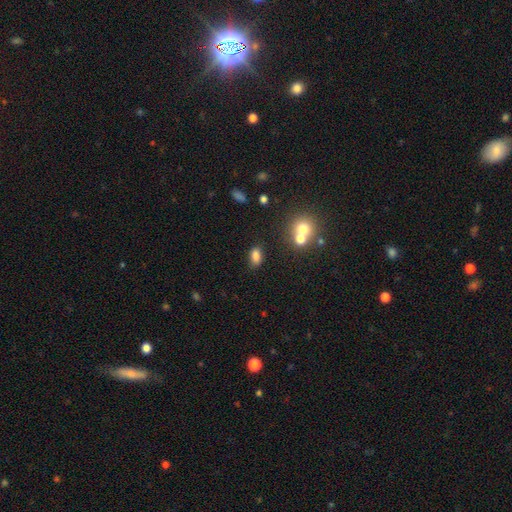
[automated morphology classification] Q: Smooth or featured?
A: smooth (81%); runner-up: star or artifact (12%)
Q: How rounded?
A: in between (85%); runner-up: round (12%)
Q: Merging?
A: none (73%); runner-up: minor disturbance (14%)